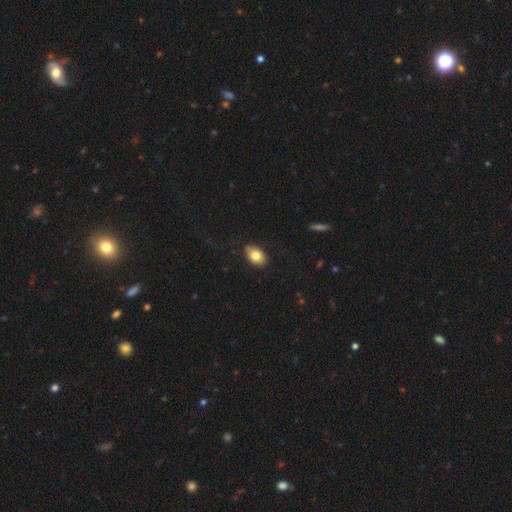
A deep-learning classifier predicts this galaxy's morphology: type=smooth (80%); roundness=in between (83%); merging=none (82%).